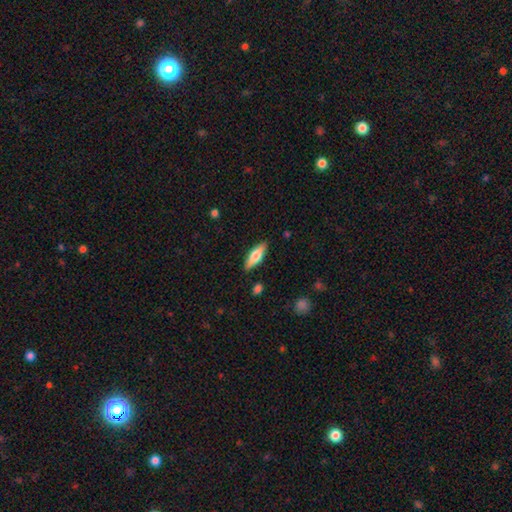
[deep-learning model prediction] smooth_or_featured: smooth (p=0.53) [alt: featured or disk p=0.41]
how_rounded: cigar-shaped (p=0.50) [alt: in between p=0.48]
merging: none (p=0.87) [alt: minor disturbance p=0.09]